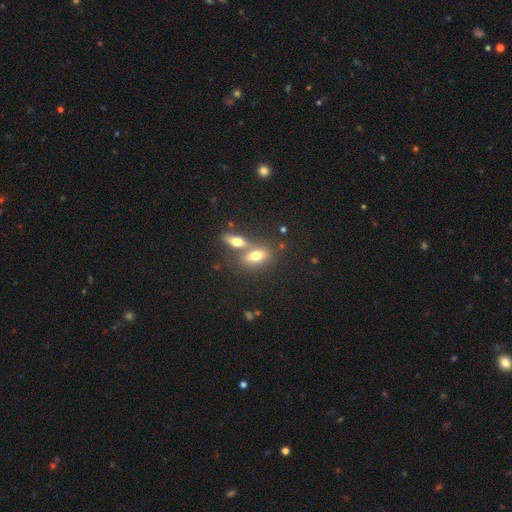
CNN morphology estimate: A smooth galaxy with no disk features (71%) that is in between round and cigar-shaped (81%).

Vote fractions:
- Smooth or featured? smooth: 71% / featured or disk: 20% / star or artifact: 10%
- How rounded? in between: 81% / round: 10% / cigar-shaped: 9%
- Merging? merger: 44% / none: 43% / minor disturbance: 9% / major disturbance: 3%